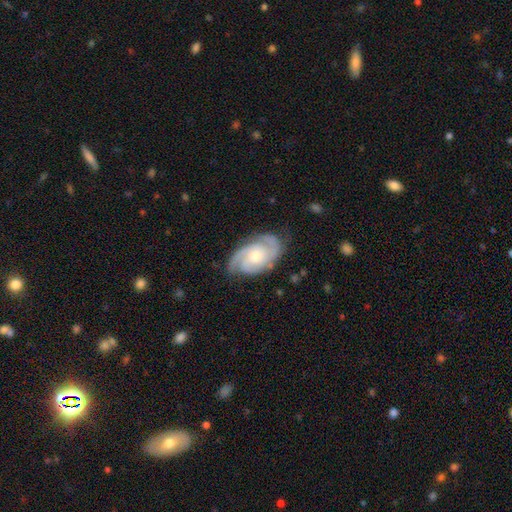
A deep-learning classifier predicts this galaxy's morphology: This appears to be a featured or disk galaxy (88%) with no bar (67%), 2 (46%) tight (54%) spiral arms (98%) and a moderate central bulge (50%). Merging: none (78%).